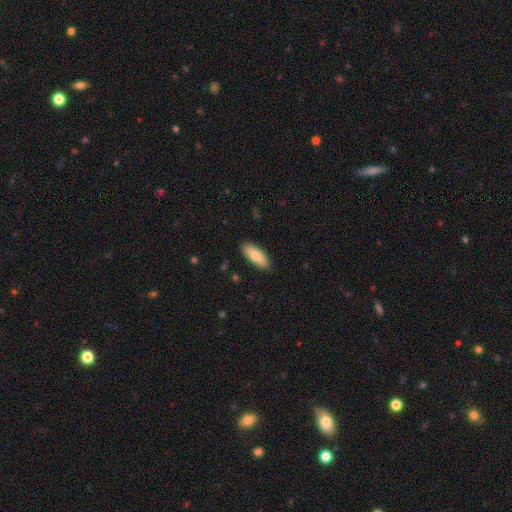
Volunteers were most divided on "how rounded": in between: 76%, cigar-shaped: 21%, round: 3%. More confident: merging — none (92%); smooth or featured — smooth (85%).